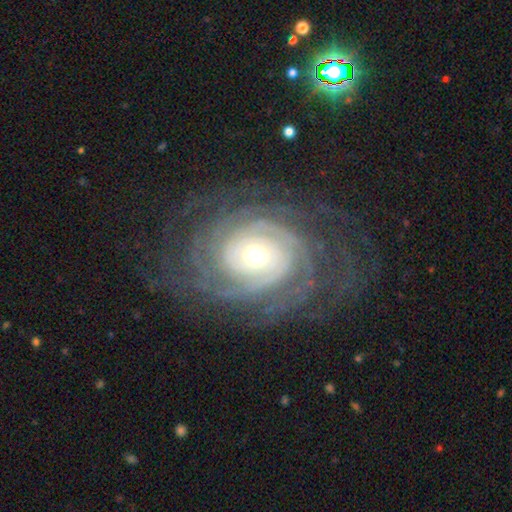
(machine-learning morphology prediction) featured or disk 90%, star or artifact 6%, smooth 5%. Down the decision tree: edge-on disk — no (97%); bar — no (68%); spiral arms — yes (98%); spiral arm count — can't tell (26%); spiral winding — tight (81%); bulge size — moderate (53%); merging — none (76%).